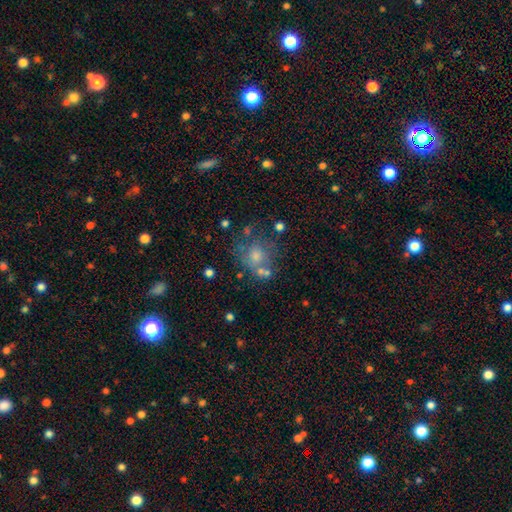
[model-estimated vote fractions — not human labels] smooth_or_featured: smooth (p=0.54) [alt: featured or disk p=0.25]
how_rounded: round (p=0.78) [alt: in between p=0.21]
merging: none (p=0.56) [alt: merger p=0.17]